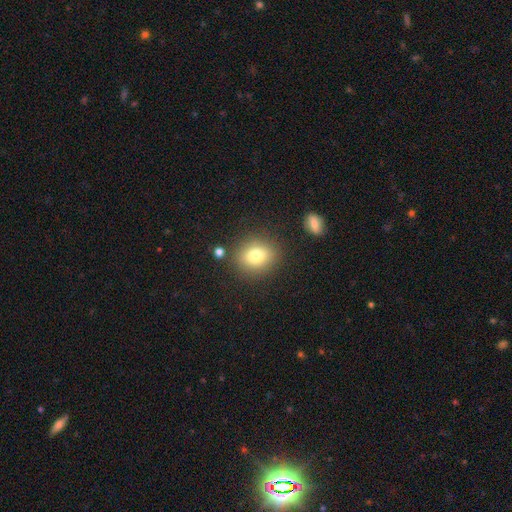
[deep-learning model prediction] smooth 78%, featured or disk 11%, star or artifact 11%. Down the decision tree: how rounded — round (61%); merging — none (82%).